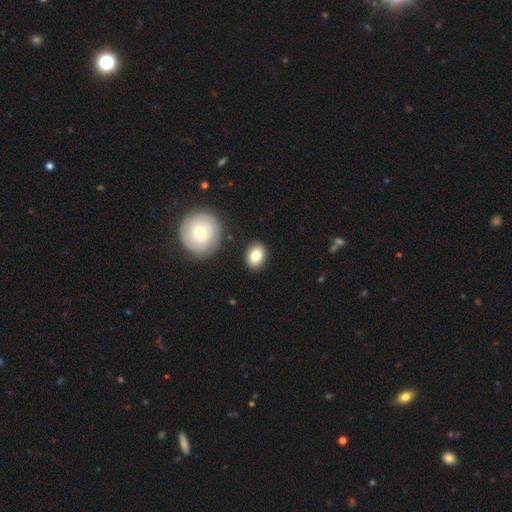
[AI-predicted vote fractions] smooth 81%, featured or disk 12%, star or artifact 8%. Down the decision tree: how rounded — in between (67%); merging — none (85%).